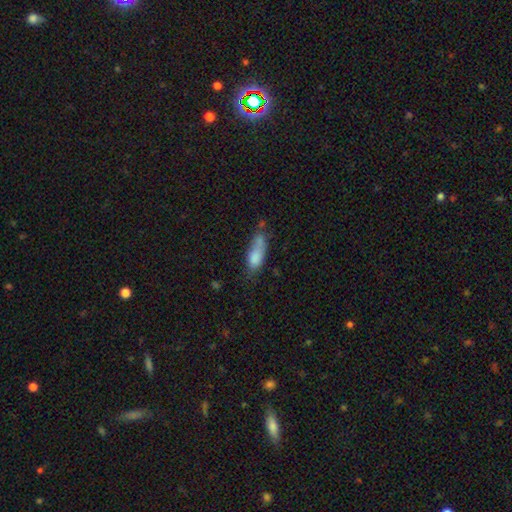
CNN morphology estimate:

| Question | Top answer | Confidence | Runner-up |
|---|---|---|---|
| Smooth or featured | smooth | 76% | featured or disk (15%) |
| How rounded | in between | 69% | cigar-shaped (27%) |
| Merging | none | 36% | minor disturbance (28%) |